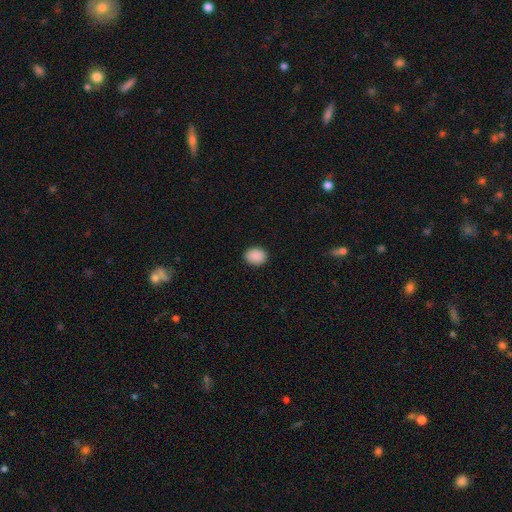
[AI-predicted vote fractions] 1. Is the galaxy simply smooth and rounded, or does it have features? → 90% smooth, 8% star or artifact, 2% featured or disk.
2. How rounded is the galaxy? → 52% round, 47% in between, 1% cigar-shaped.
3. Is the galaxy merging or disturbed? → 90% none, 7% minor disturbance, 2% major disturbance, 1% merger.